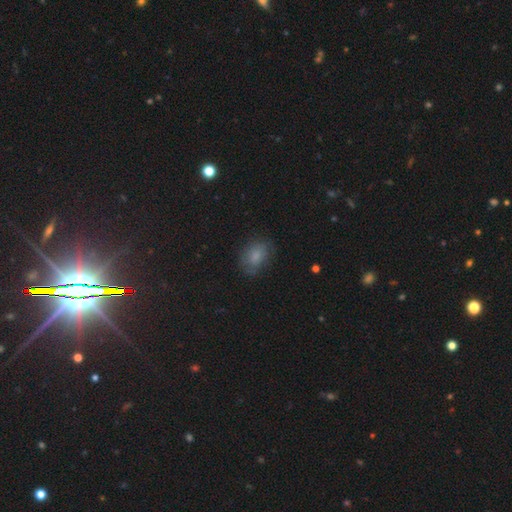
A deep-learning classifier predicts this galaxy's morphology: Smooth or featured?
  - smooth: 76% *
  - featured or disk: 14%
  - star or artifact: 10%
How rounded?
  - in between: 76% *
  - round: 22%
  - cigar-shaped: 1%
Merging?
  - none: 71% *
  - minor disturbance: 21%
  - major disturbance: 7%
  - merger: 1%